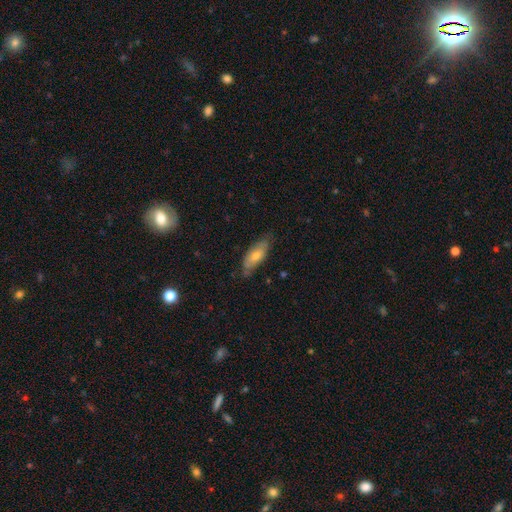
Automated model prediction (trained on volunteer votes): The model was most divided on "smooth or featured": smooth: 63%, featured or disk: 31%, star or artifact: 6%. More confident: how rounded — in between (74%); merging — none (66%).